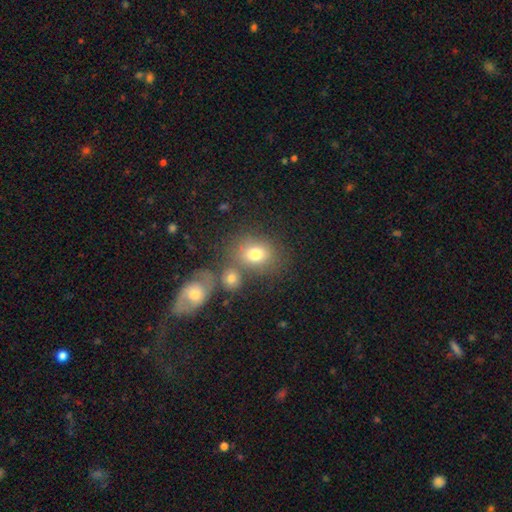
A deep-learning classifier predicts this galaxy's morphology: A smooth galaxy with no disk features (75%) that is round (51%). Merging: none (58%).